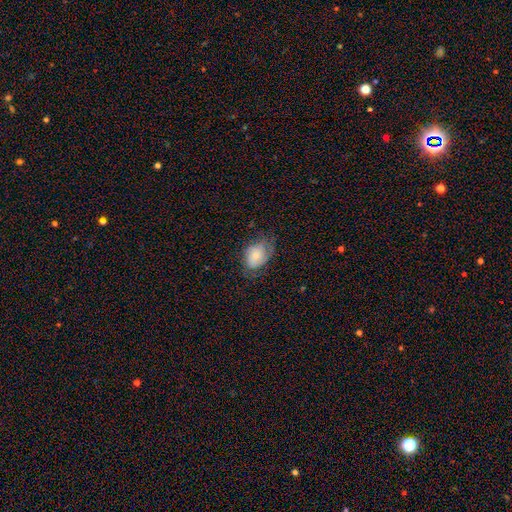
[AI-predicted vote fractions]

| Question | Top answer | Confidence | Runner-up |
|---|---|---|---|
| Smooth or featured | smooth | 61% | featured or disk (30%) |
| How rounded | in between | 80% | round (19%) |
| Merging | none | 54% | minor disturbance (29%) |